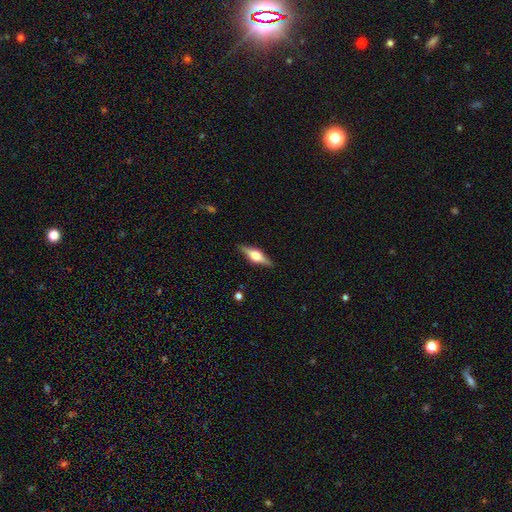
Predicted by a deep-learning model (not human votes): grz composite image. It shows a featured or disk galaxy (66%) viewed edge-on (96%) with a rounded central bulge (91%). Merging: none (88%).